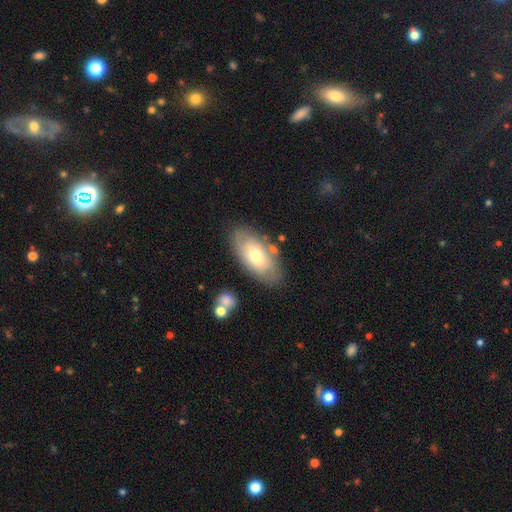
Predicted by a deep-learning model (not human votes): smooth-or-featured: smooth: 60% | featured or disk: 34% | star or artifact: 6%
  how-rounded: in between: 92% | cigar-shaped: 4% | round: 4%
  merging: none: 76% | minor disturbance: 15% | merger: 5% | major disturbance: 4%